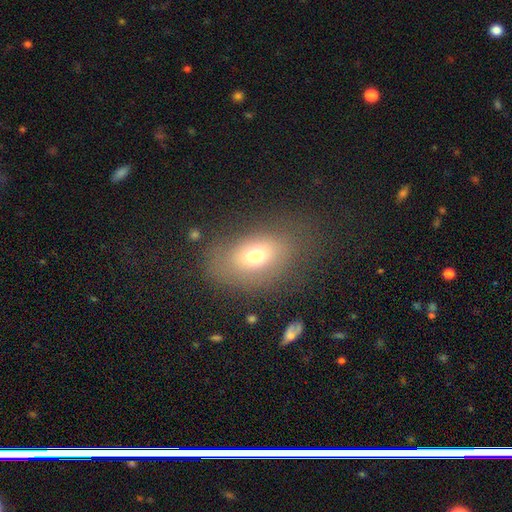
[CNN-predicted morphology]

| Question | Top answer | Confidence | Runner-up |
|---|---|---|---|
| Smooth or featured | smooth | 67% | featured or disk (19%) |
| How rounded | in between | 76% | round (23%) |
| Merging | none | 63% | minor disturbance (20%) |